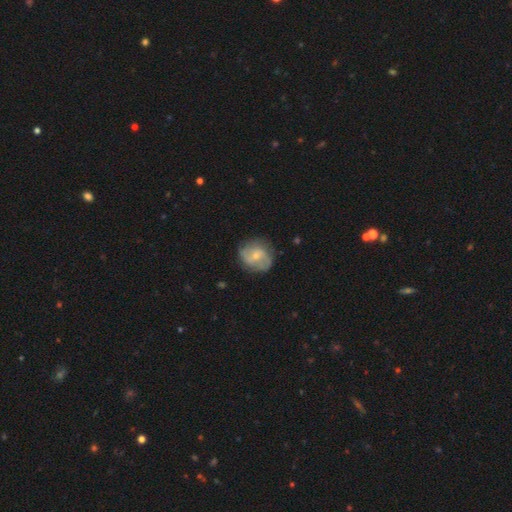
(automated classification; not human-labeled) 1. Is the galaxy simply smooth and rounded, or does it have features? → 64% featured or disk, 29% smooth, 7% star or artifact.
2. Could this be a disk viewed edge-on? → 97% no, 3% yes.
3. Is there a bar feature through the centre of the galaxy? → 54% no, 37% weak, 9% strong.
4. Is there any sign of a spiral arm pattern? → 84% yes, 16% no.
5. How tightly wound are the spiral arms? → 44% medium, 28% loose, 27% tight.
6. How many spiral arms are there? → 64% 2, 19% can't tell, 9% 3, 3% 1, 3% 4, 2% more than 4.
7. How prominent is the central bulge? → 62% small, 34% moderate, 2% none, 1% large, 1% dominant.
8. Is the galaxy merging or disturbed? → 74% none, 18% minor disturbance, 6% major disturbance, 1% merger.